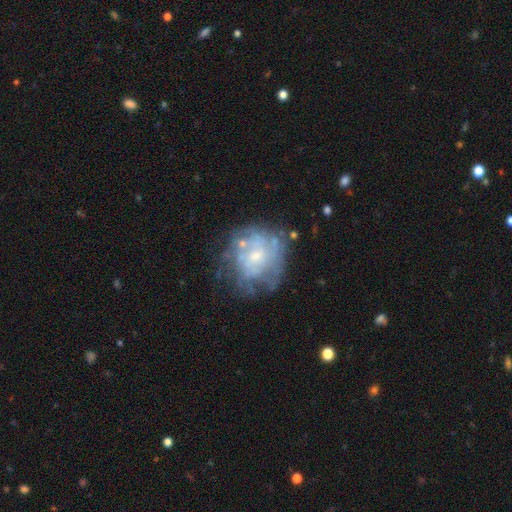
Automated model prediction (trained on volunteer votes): Overall: featured or disk (64%; smooth 26%). Edge-on disk: no (97%). Bar: no (74%). Spiral arms: no (57%; yes 43%). Bulge size: small (55%; moderate 33%). Merging: none (56%; minor disturbance 22%).